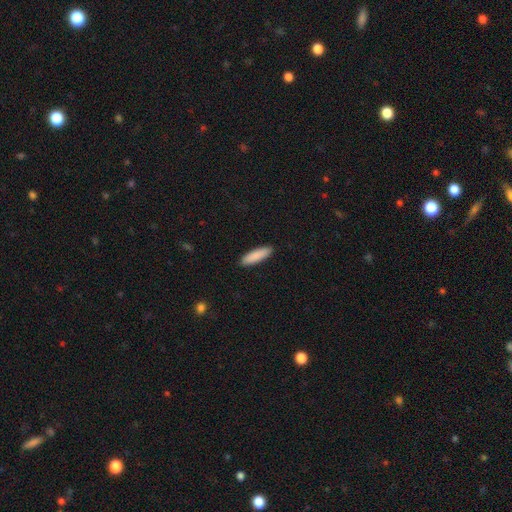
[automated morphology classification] This is clearly a smooth galaxy (88%). How rounded: likely cigar-shaped (64%). Merging: clearly none (91%).